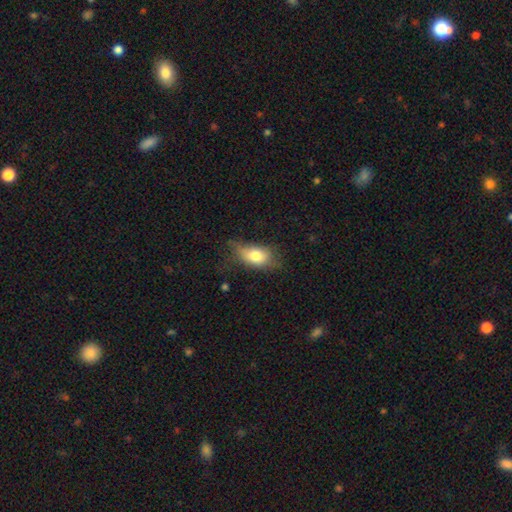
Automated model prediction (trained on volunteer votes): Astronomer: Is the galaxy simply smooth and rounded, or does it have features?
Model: smooth — 74%.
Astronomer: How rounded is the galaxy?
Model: in between — 84%.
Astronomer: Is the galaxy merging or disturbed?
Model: none — 43% (runner-up: minor disturbance, 36%).